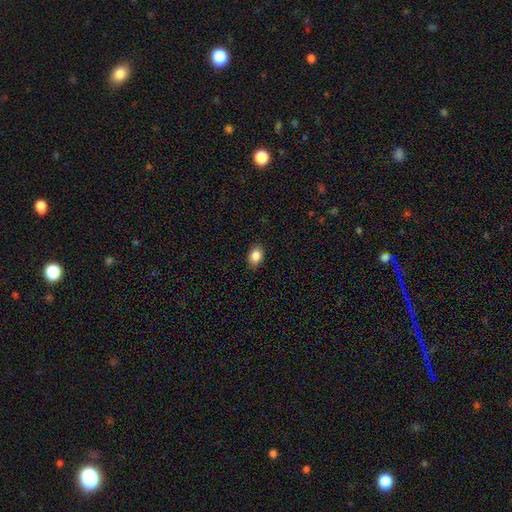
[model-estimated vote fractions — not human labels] Morphology: type=smooth (86%); roundness=in between (76%); merging=none (87%).